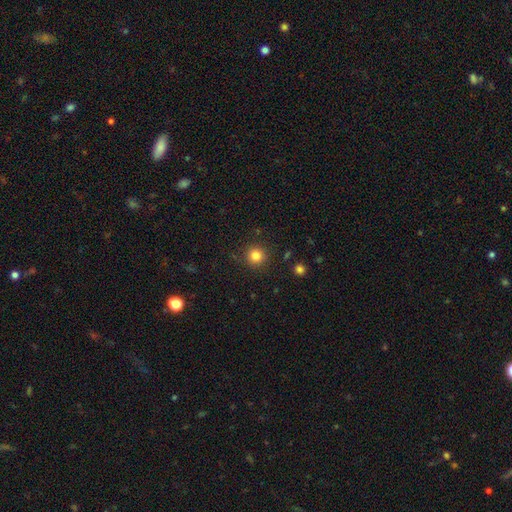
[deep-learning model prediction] Smooth or featured: smooth — 83% (star or artifact — 12%)
How rounded: round — 94% (in between — 5%)
Merging: none — 89% (minor disturbance — 7%)